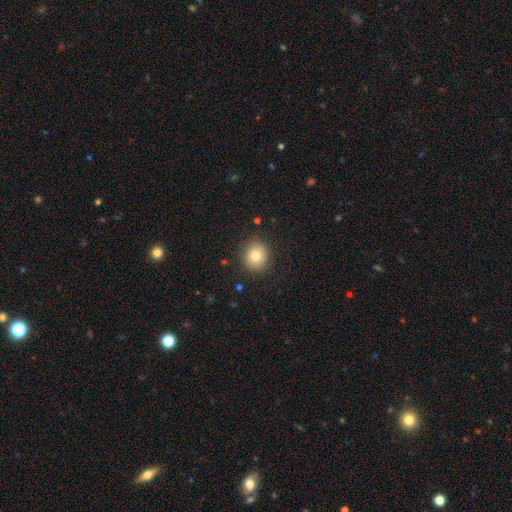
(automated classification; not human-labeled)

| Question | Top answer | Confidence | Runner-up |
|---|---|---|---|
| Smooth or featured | smooth | 79% | featured or disk (11%) |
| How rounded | round | 83% | in between (16%) |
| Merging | none | 88% | minor disturbance (8%) |